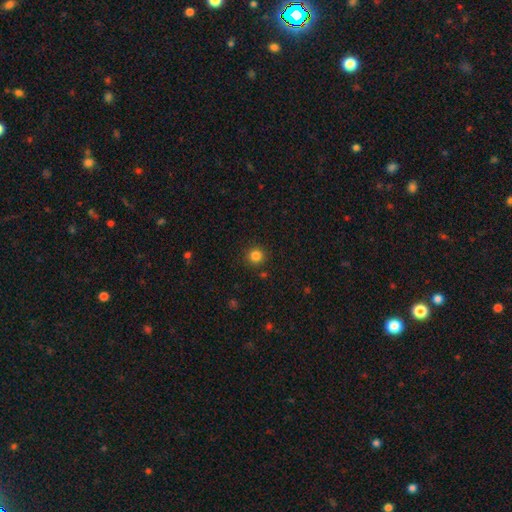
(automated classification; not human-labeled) Smooth or featured: smooth — 84% (star or artifact — 12%)
How rounded: round — 93% (in between — 6%)
Merging: none — 90% (minor disturbance — 6%)